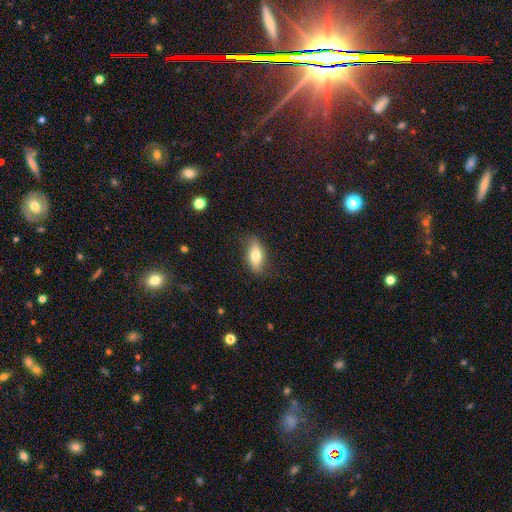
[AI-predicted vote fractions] smooth 72%, featured or disk 22%, star or artifact 7%. Down the decision tree: how rounded — in between (80%); merging — none (77%).